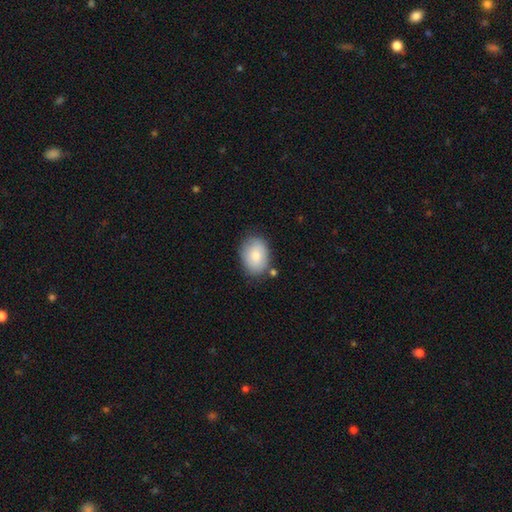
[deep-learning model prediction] smooth 82%, featured or disk 11%, star or artifact 6%. Down the decision tree: how rounded — in between (78%); merging — none (77%).